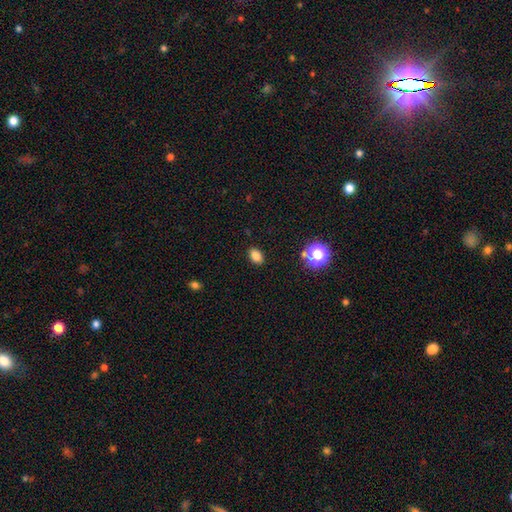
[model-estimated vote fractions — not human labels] Smooth or featured? Predicted: smooth (p=0.81). How rounded? Predicted: in between (p=0.79). Merging? Predicted: none (p=0.87).